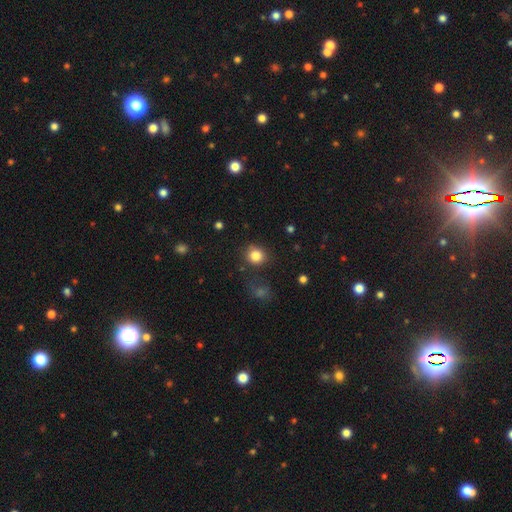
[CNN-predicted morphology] smooth_or_featured: smooth (p=0.83) [alt: star or artifact p=0.11]
how_rounded: round (p=0.79) [alt: in between p=0.20]
merging: none (p=0.78) [alt: minor disturbance p=0.13]